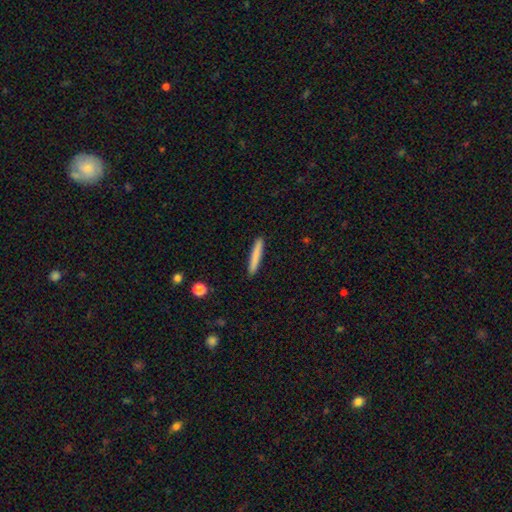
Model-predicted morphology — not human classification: Smooth or featured? smooth (80%)
How rounded? cigar-shaped (95%)
Merging? none (91%)